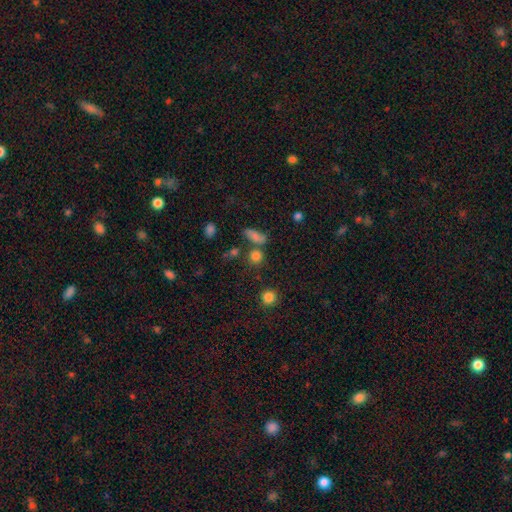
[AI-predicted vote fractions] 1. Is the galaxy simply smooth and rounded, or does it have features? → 77% smooth, 16% star or artifact, 7% featured or disk.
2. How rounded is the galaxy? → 78% round, 19% in between, 3% cigar-shaped.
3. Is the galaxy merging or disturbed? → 65% none, 20% merger, 11% minor disturbance, 5% major disturbance.